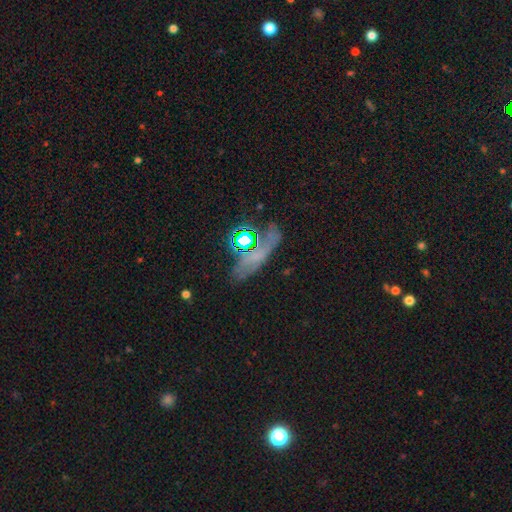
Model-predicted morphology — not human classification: A smooth galaxy with no disk features (36%). Merging: none (56%).